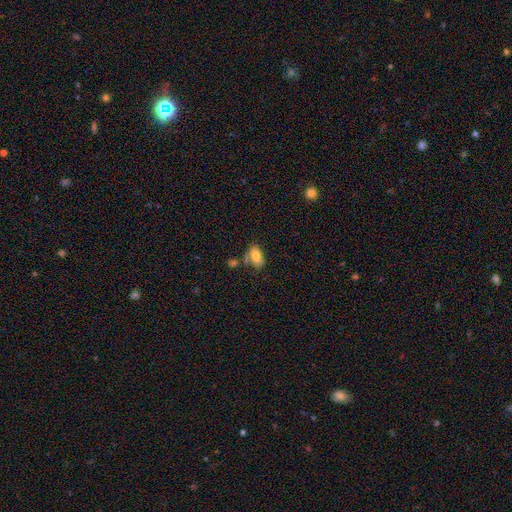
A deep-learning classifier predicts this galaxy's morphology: A smooth galaxy with no disk features (77%) that is in between round and cigar-shaped (91%). Merging: none (51%).